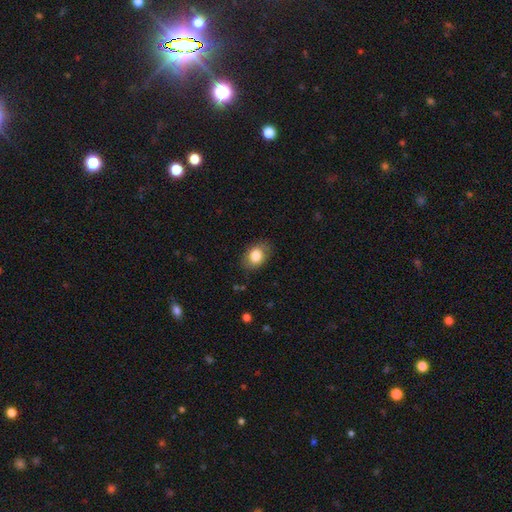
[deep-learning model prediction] Morphology: type=smooth (83%); roundness=in between (70%); merging=none (80%).